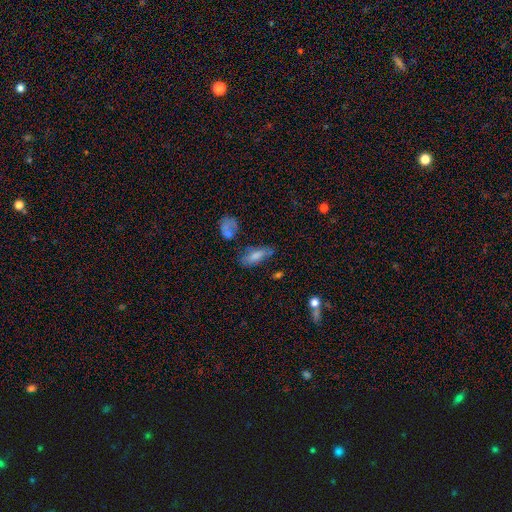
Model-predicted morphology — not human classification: This appears to be a smooth galaxy with no disk features (72%) that is in between round and cigar-shaped (75%). Merging: none (54%).